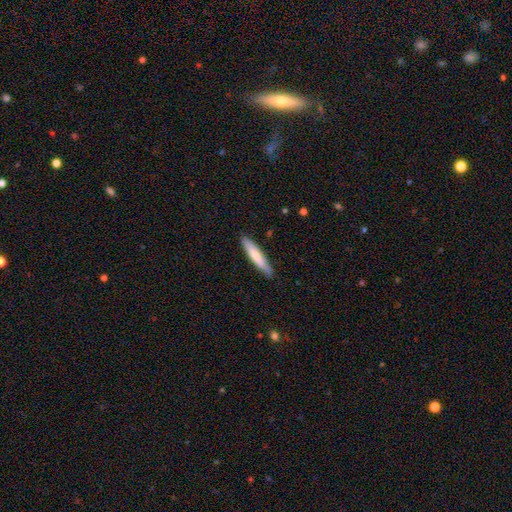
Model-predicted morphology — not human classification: smooth_or_featured: smooth (p=0.74) [alt: featured or disk p=0.21]
how_rounded: cigar-shaped (p=0.88) [alt: in between p=0.11]
merging: none (p=0.88) [alt: minor disturbance p=0.10]